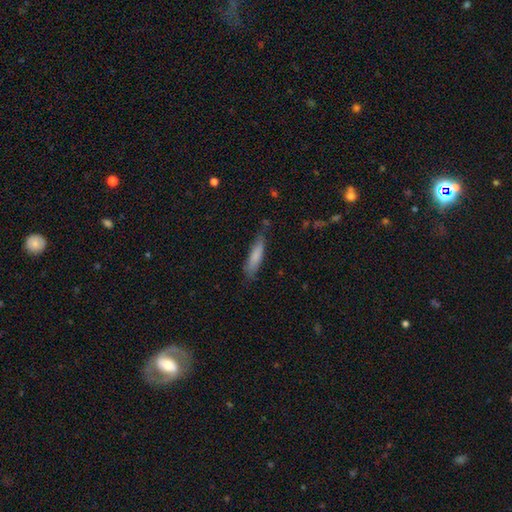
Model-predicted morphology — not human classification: Smooth or featured: smooth — 79% (featured or disk — 15%)
How rounded: cigar-shaped — 76% (in between — 22%)
Merging: none — 73% (minor disturbance — 21%)